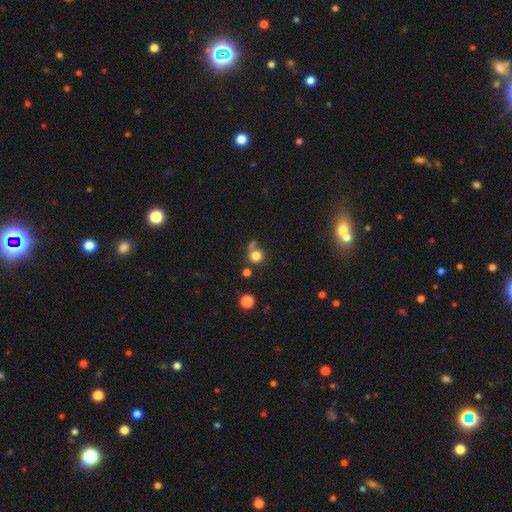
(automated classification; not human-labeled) smooth-or-featured: smooth: 79% | star or artifact: 13% | featured or disk: 8%
  how-rounded: round: 90% | in between: 9% | cigar-shaped: 1%
  merging: none: 59% | merger: 20% | minor disturbance: 13% | major disturbance: 7%